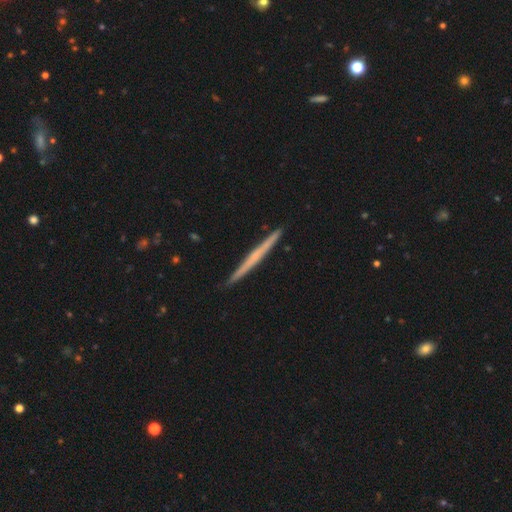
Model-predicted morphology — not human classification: The model was most divided on "smooth or featured": featured or disk: 58%, smooth: 36%, star or artifact: 5%. More confident: edge-on disk — yes (98%); merging — none (91%); edge-on bulge — none (79%).